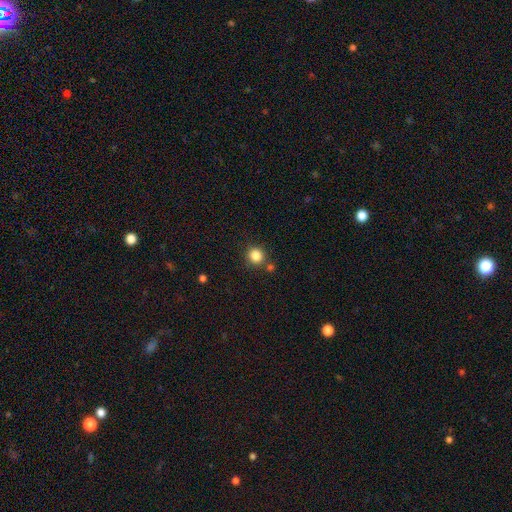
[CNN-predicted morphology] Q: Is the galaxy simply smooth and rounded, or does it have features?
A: smooth — 84%.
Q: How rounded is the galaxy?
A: round — 89%.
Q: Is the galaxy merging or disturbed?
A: none — 80%.